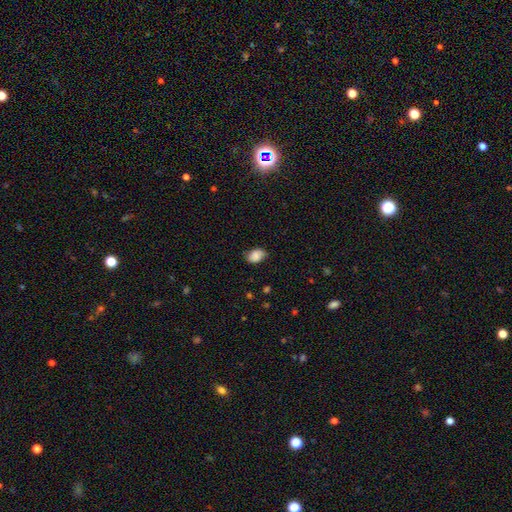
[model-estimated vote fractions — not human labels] This appears to be a smooth galaxy with no disk features (85%) that is in between round and cigar-shaped (84%). Merging: none (74%).